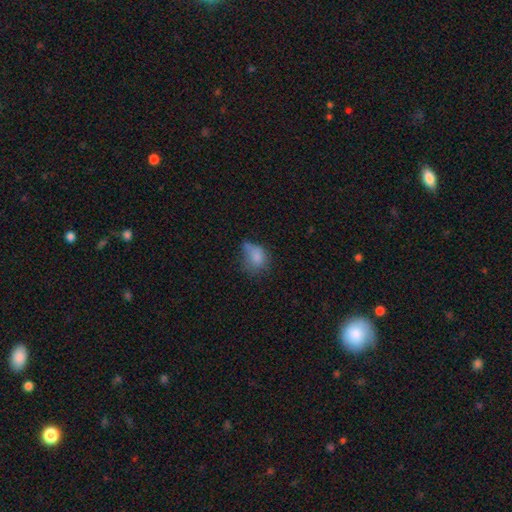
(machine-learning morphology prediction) This is likely a smooth galaxy (75%). How rounded: likely in between (61%). Merging: marginally minor disturbance (35%).